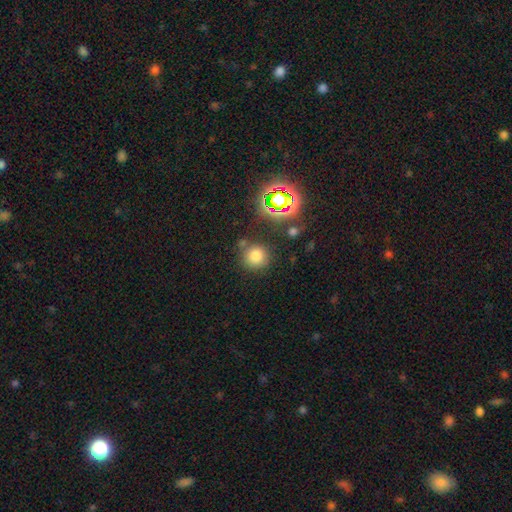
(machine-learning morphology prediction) smooth 73%, star or artifact 20%, featured or disk 7%. Down the decision tree: how rounded — round (91%); merging — none (77%).